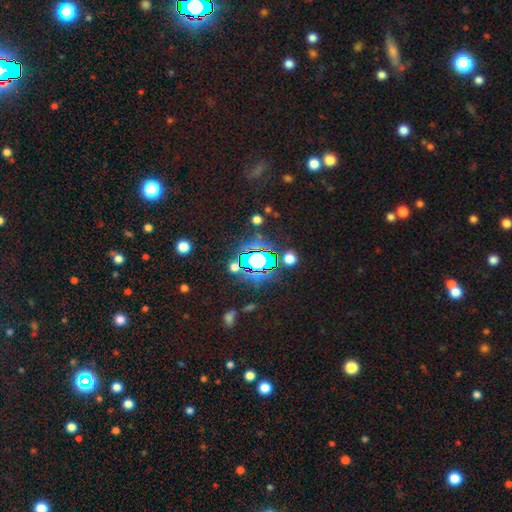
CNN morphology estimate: Smooth or featured?
  - star or artifact: 65% *
  - smooth: 23%
  - featured or disk: 12%